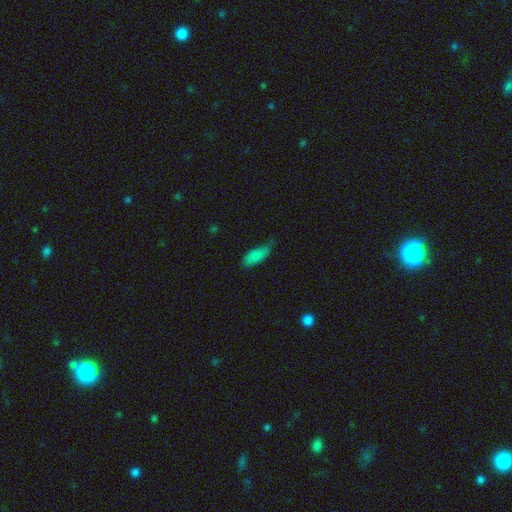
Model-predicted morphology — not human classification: A smooth galaxy with no disk features (84%) that is in between round and cigar-shaped (77%). Merging: none (43%).